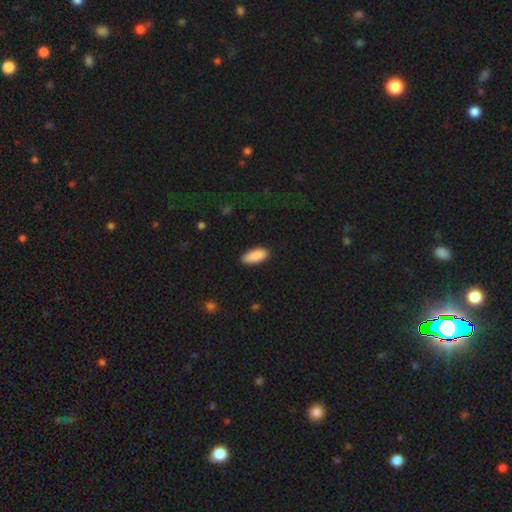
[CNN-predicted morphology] The model was most divided on "how rounded": in between: 85%, cigar-shaped: 13%, round: 2%. More confident: smooth or featured — smooth (90%); merging — none (88%).